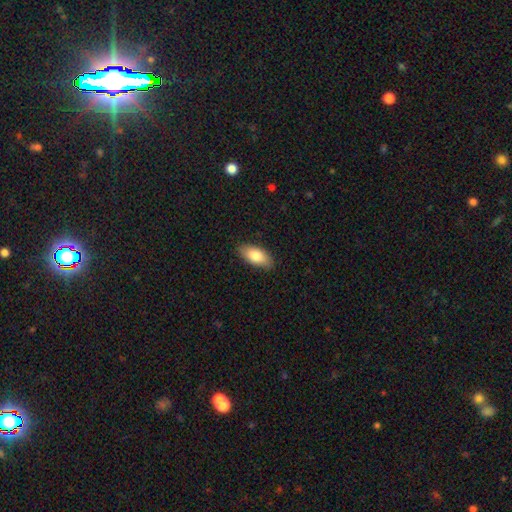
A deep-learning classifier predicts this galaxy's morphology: smooth_or_featured: smooth (p=0.82) [alt: featured or disk p=0.12]
how_rounded: in between (p=0.89) [alt: cigar-shaped p=0.08]
merging: none (p=0.87) [alt: minor disturbance p=0.10]